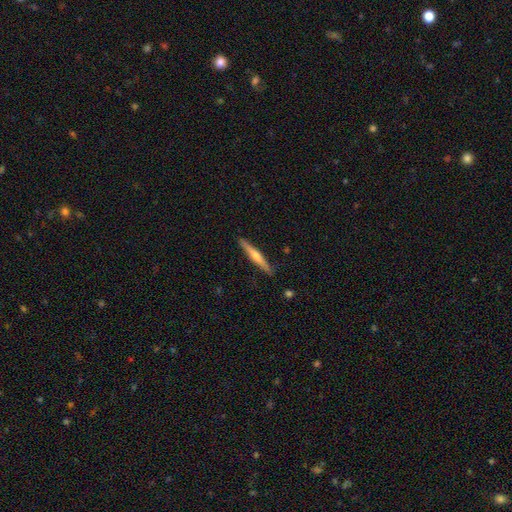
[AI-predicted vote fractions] Morphology: type=featured or disk (55%); edge-on=yes (97%); edge-on bulge=rounded (74%); merging=none (90%).